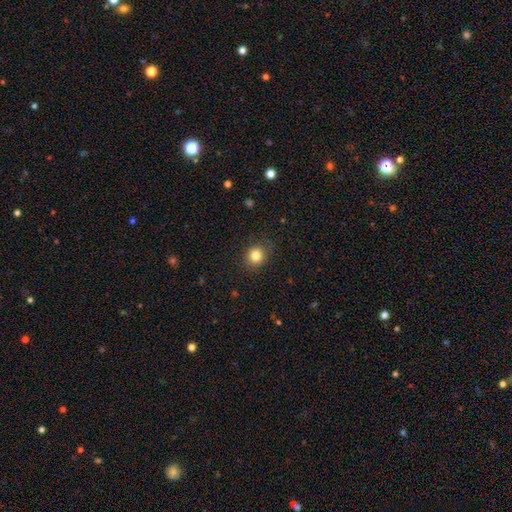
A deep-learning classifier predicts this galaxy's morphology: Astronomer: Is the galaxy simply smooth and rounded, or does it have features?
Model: smooth — 82%.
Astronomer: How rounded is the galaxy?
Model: round — 80%.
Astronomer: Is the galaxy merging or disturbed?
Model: none — 86%.